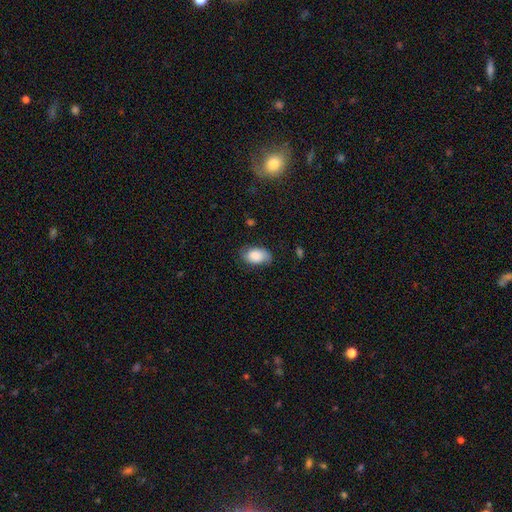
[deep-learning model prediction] Q: Smooth or featured?
A: smooth (75%); runner-up: featured or disk (18%)
Q: How rounded?
A: in between (91%); runner-up: round (8%)
Q: Merging?
A: none (67%); runner-up: minor disturbance (25%)